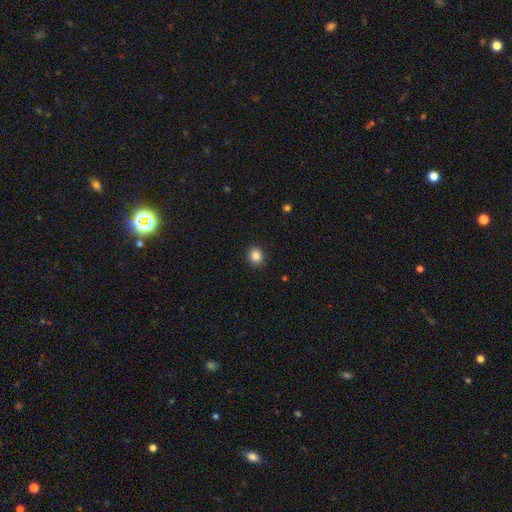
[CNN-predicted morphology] Smooth or featured?
  - smooth: 86% *
  - star or artifact: 10%
  - featured or disk: 4%
How rounded?
  - round: 77% *
  - in between: 22%
  - cigar-shaped: 1%
Merging?
  - none: 91% *
  - minor disturbance: 6%
  - major disturbance: 2%
  - merger: 1%